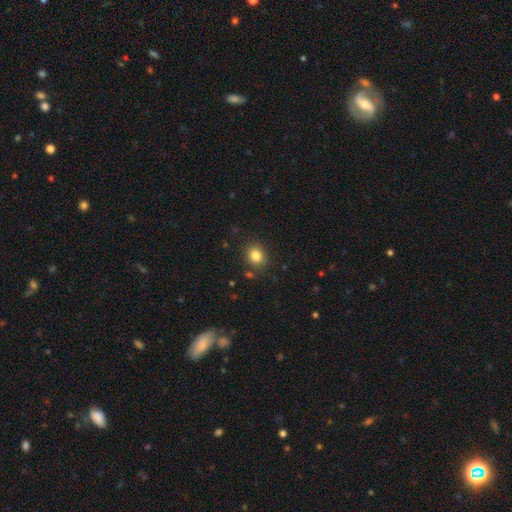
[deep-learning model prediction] The model was most divided on "how rounded": round: 71%, in between: 28%, cigar-shaped: 1%. More confident: merging — none (84%); smooth or featured — smooth (83%).